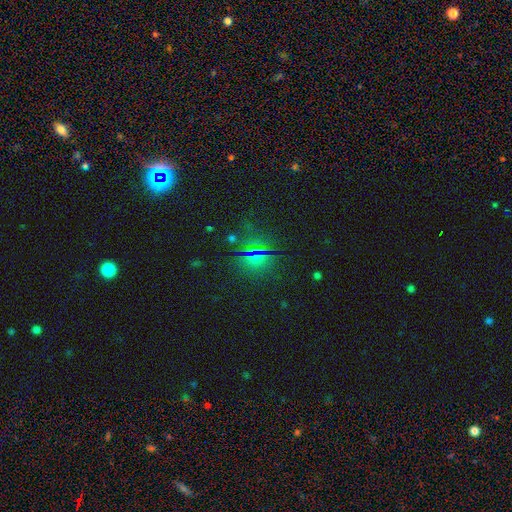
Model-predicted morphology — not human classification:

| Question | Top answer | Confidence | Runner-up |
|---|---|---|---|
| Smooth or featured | star or artifact | 46% | smooth (45%) |